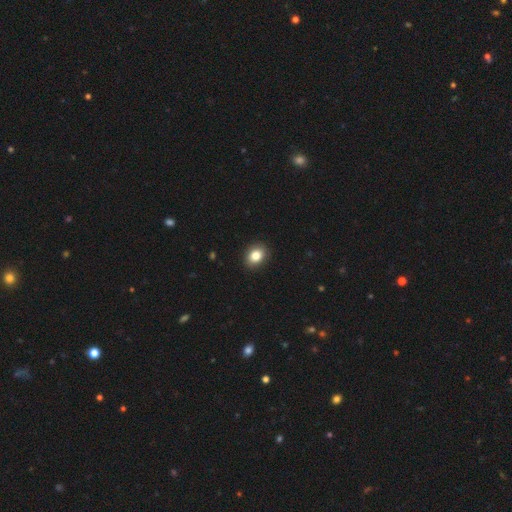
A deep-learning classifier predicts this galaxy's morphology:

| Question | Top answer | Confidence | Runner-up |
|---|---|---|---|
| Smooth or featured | smooth | 84% | star or artifact (9%) |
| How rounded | in between | 56% | round (43%) |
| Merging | none | 90% | minor disturbance (7%) |